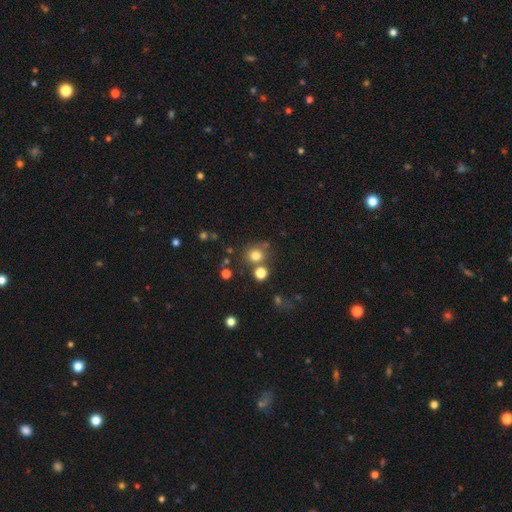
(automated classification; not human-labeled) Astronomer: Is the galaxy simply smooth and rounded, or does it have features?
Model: smooth — 76%.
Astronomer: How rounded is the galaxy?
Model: round — 86%.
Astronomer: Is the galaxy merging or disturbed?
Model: none — 69%.